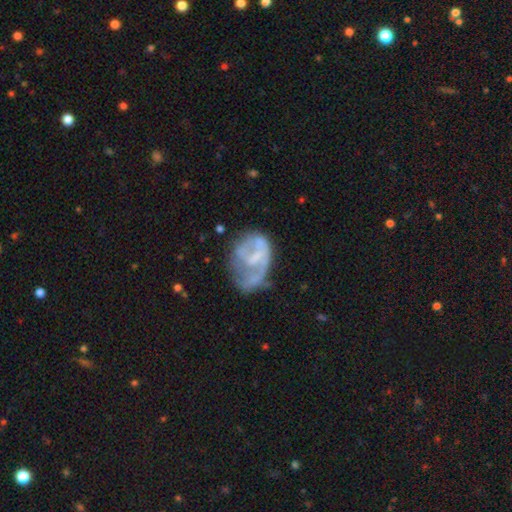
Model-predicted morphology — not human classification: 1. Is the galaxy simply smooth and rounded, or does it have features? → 63% featured or disk, 28% smooth, 8% star or artifact.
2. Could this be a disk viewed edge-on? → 98% no, 2% yes.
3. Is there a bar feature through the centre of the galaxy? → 51% no, 37% weak, 12% strong.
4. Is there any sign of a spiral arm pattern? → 50% yes (tied), 50% no (tied).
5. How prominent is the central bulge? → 47% none, 30% small, 19% moderate, 3% large, 1% dominant.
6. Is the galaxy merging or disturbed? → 35% major disturbance, 33% none, 27% minor disturbance, 5% merger.